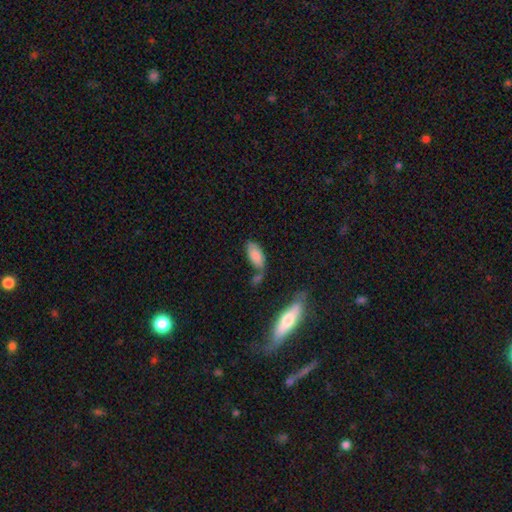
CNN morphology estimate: This is clearly a smooth galaxy (82%). How rounded: clearly in between (89%). Merging: marginally none (44%).